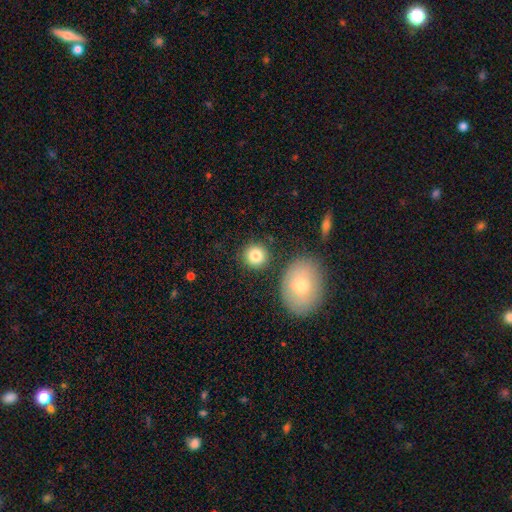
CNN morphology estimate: A smooth galaxy with no disk features (83%) that is round (89%). Merging: none (83%).